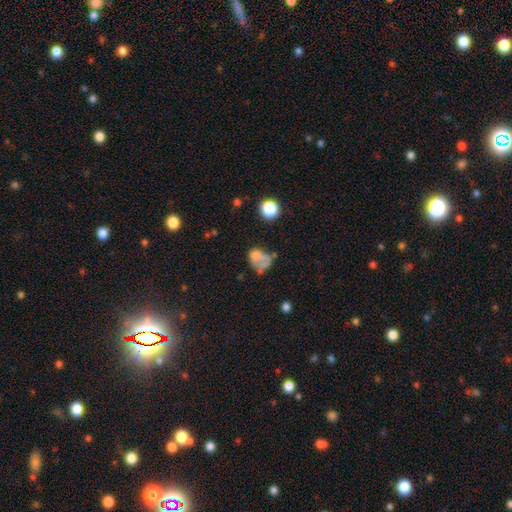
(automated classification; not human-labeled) smooth_or_featured: smooth (p=0.43) [alt: featured or disk p=0.33]
merging: none (p=0.32) [alt: major disturbance p=0.29]